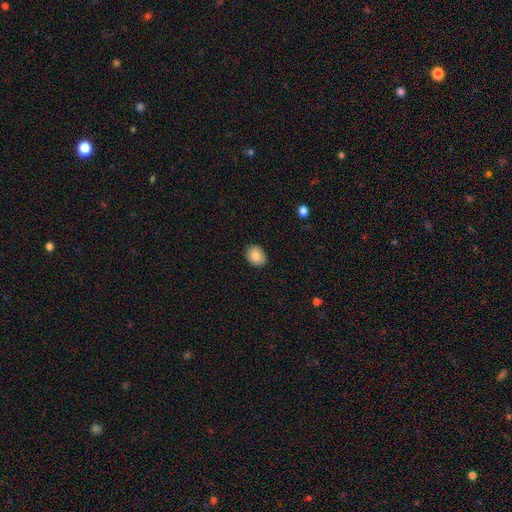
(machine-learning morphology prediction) smooth_or_featured: smooth (p=0.86) [alt: star or artifact p=0.08]
how_rounded: in between (p=0.53) [alt: round p=0.46]
merging: none (p=0.86) [alt: minor disturbance p=0.11]